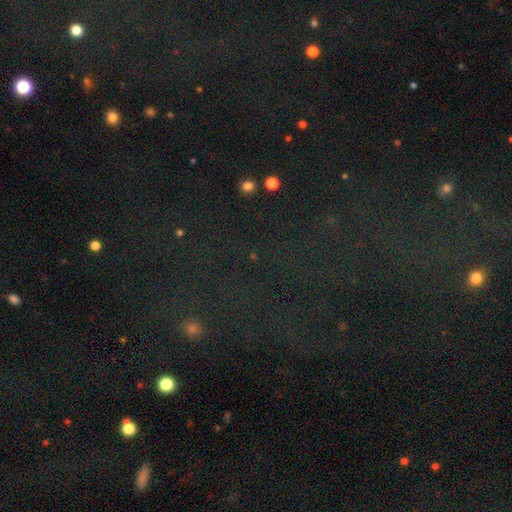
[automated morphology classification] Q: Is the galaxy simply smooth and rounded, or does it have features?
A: star or artifact — 72%.